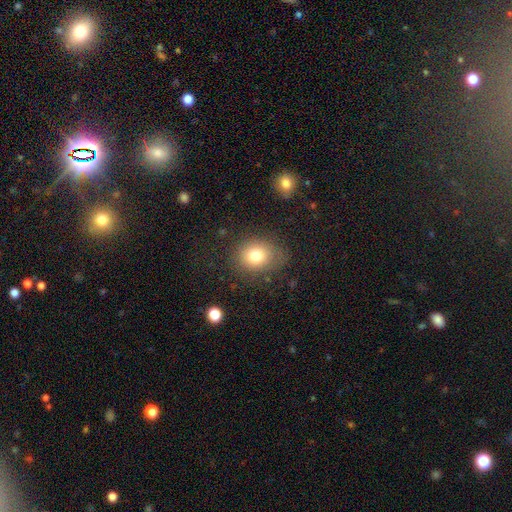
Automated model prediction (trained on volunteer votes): smooth_or_featured: smooth (p=0.78) [alt: star or artifact p=0.11]
how_rounded: round (p=0.59) [alt: in between p=0.41]
merging: none (p=0.73) [alt: minor disturbance p=0.18]